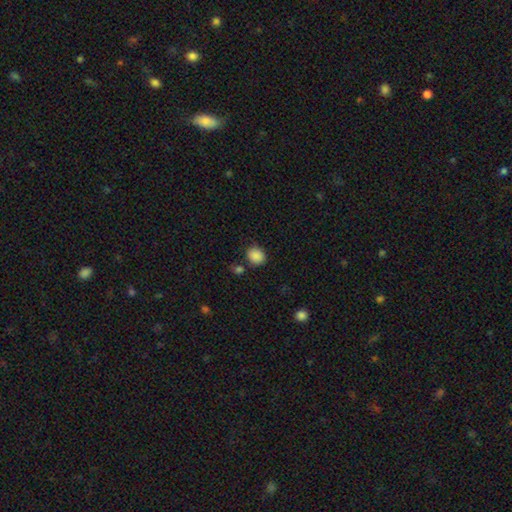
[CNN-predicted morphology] A smooth galaxy with no disk features (87%) that is round (72%). Merging: none (76%).